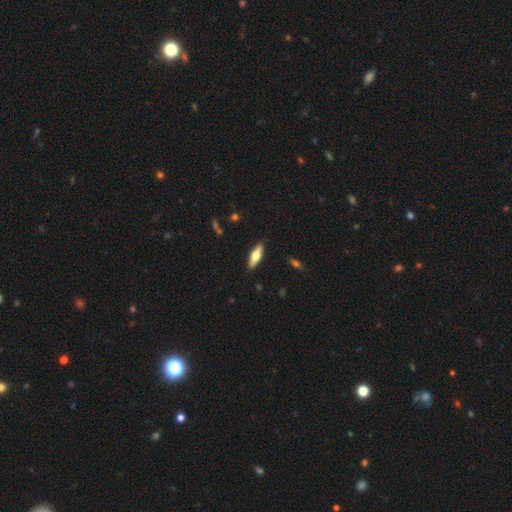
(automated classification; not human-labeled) Smooth or featured? Predicted: smooth (p=0.49). Merging? Predicted: none (p=0.89).